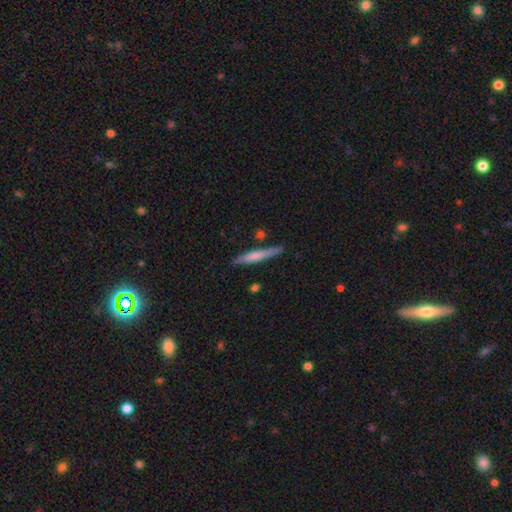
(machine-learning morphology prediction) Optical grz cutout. It shows a smooth galaxy with no disk features (59%) that is cigar-shaped (94%). Merging: none (83%).